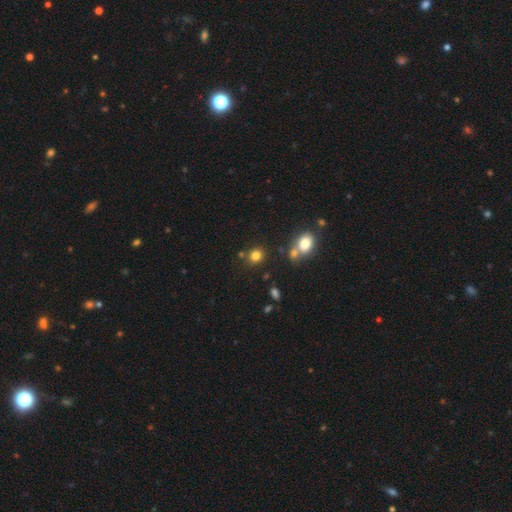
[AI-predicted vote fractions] This appears to be a smooth galaxy with no disk features (80%) that is round (81%). Merging: none (78%).